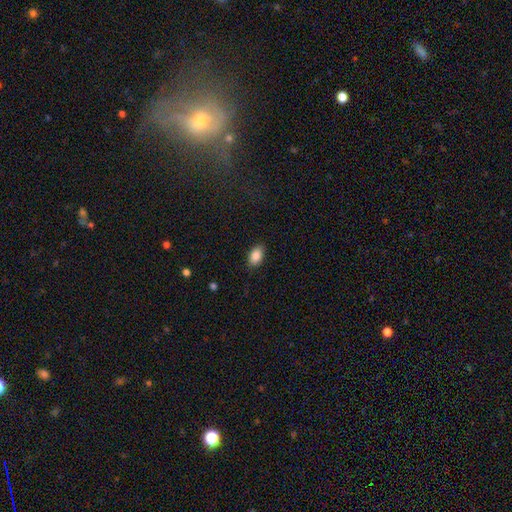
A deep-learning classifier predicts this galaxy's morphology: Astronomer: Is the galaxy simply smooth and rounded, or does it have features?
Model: smooth — 87%.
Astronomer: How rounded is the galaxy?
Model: in between — 90%.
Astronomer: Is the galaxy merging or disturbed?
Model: none — 86%.